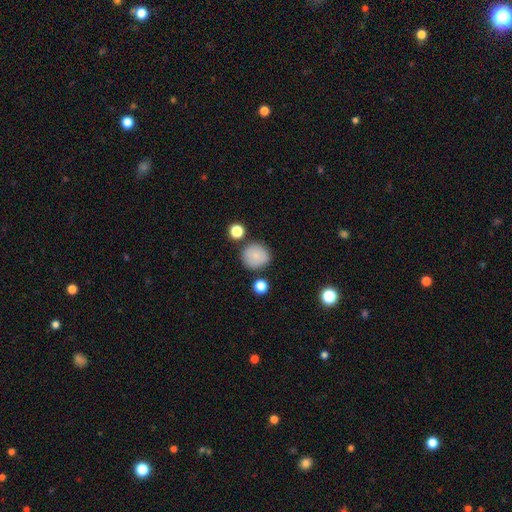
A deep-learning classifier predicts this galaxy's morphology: This appears to be a smooth galaxy with no disk features (83%) that is round (90%). Merging: none (81%).